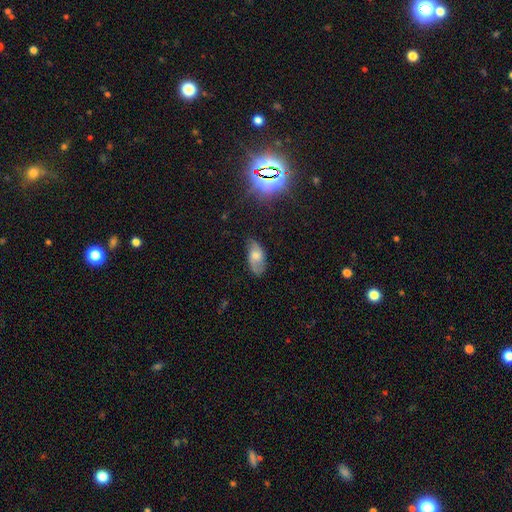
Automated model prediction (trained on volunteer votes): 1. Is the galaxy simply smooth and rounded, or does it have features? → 59% smooth, 31% featured or disk, 10% star or artifact.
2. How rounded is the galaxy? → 91% in between, 6% cigar-shaped, 4% round.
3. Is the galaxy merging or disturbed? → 68% none, 24% minor disturbance, 6% major disturbance, 2% merger.